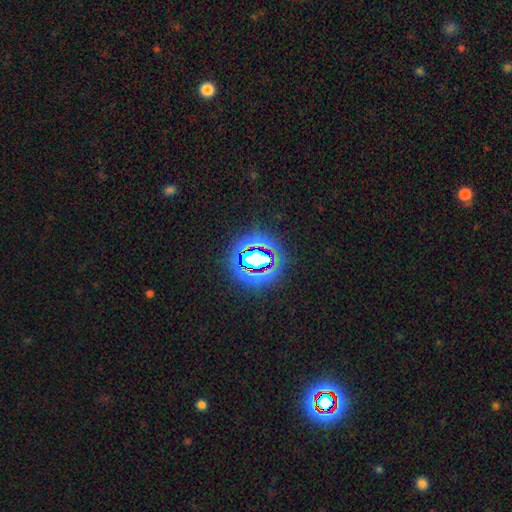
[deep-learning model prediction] Q: Smooth or featured?
A: star or artifact (67%); runner-up: smooth (21%)